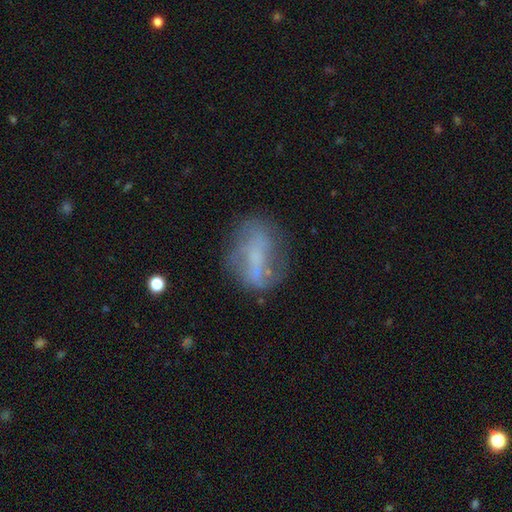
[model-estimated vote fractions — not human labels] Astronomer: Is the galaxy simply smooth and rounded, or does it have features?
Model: featured or disk — 46% (runner-up: smooth, 42%).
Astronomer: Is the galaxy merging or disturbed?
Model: none — 55%.